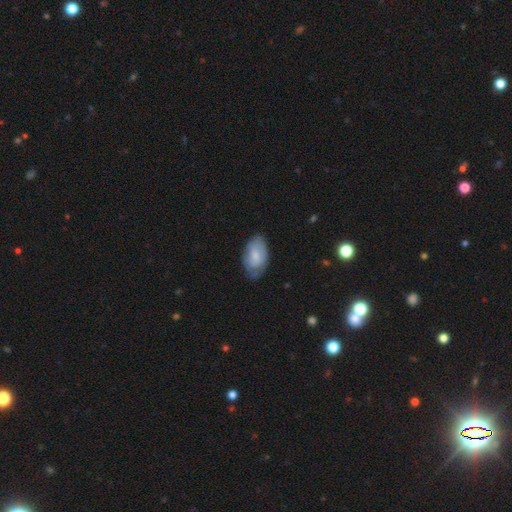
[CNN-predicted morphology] This is likely a smooth galaxy (69%). How rounded: clearly in between (93%). Merging: likely none (64%).